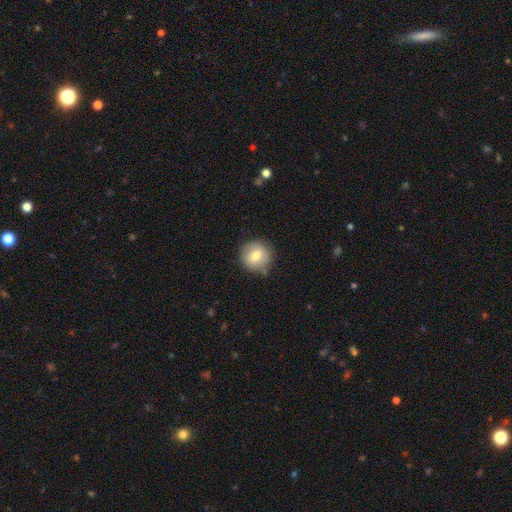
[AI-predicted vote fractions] smooth-or-featured: smooth: 75% | featured or disk: 17% | star or artifact: 8%
  how-rounded: round: 93% | in between: 6% | cigar-shaped: 1%
  merging: none: 83% | minor disturbance: 12% | major disturbance: 3% | merger: 2%